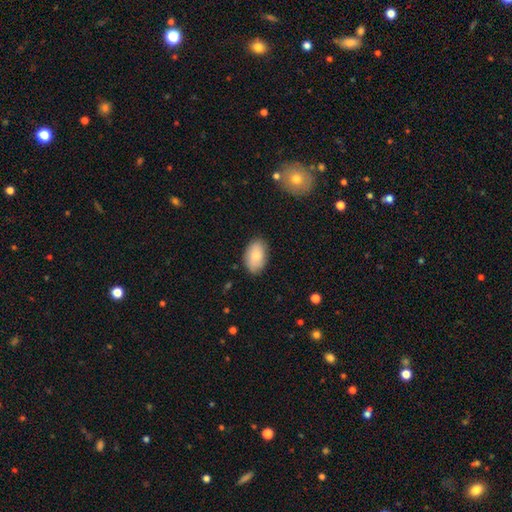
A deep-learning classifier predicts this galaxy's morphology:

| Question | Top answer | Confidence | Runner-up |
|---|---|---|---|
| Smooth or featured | smooth | 77% | featured or disk (16%) |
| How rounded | in between | 91% | round (7%) |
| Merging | none | 81% | minor disturbance (15%) |